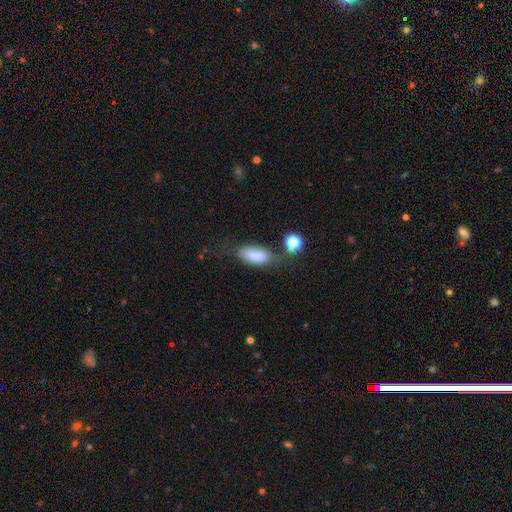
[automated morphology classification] A smooth galaxy with no disk features (82%) that is in between round and cigar-shaped (82%).

Vote fractions:
- Smooth or featured? smooth: 82% / featured or disk: 10% / star or artifact: 9%
- How rounded? in between: 82% / cigar-shaped: 14% / round: 4%
- Merging? none: 54% / minor disturbance: 24% / major disturbance: 11% / merger: 11%